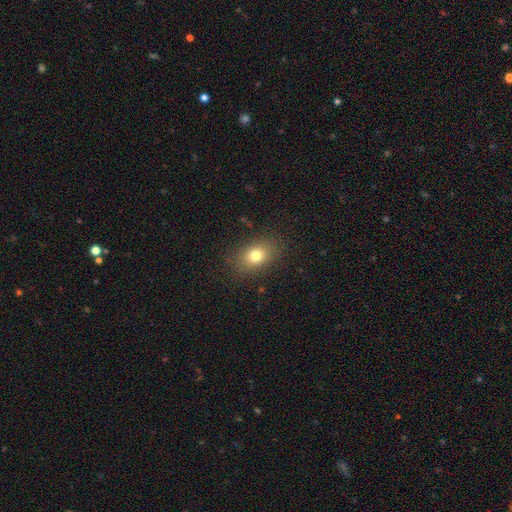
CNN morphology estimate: Smooth or featured? smooth (77%)
How rounded? in between (70%)
Merging? none (86%)